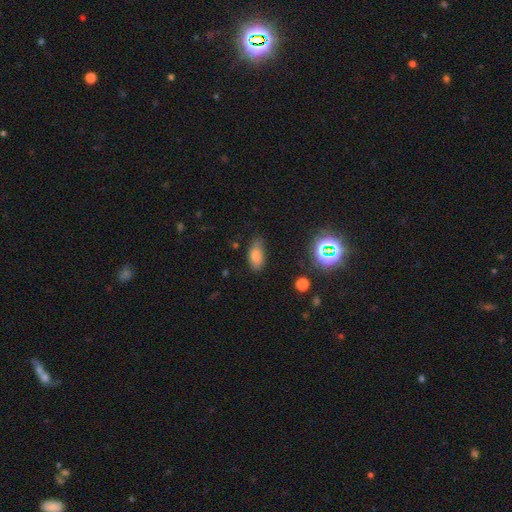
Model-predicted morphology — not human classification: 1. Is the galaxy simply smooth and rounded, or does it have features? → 75% smooth, 14% star or artifact, 11% featured or disk.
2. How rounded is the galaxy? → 89% in between, 6% cigar-shaped, 5% round.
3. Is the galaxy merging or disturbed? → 68% none, 25% minor disturbance, 5% major disturbance, 2% merger.